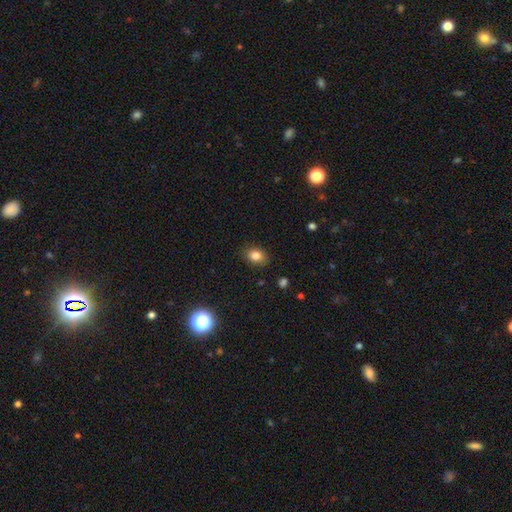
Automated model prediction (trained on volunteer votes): A smooth galaxy with no disk features (82%) that is in between round and cigar-shaped (70%). Merging: none (86%).